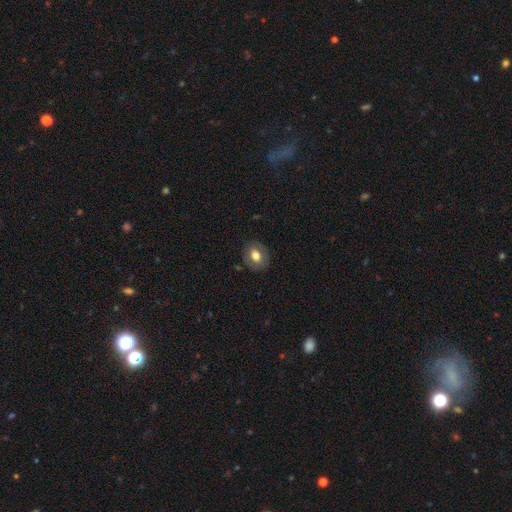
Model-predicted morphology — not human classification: Smooth or featured?
  - smooth: 71% *
  - featured or disk: 21%
  - star or artifact: 8%
How rounded?
  - in between: 50% *
  - round: 49%
  - cigar-shaped: 1%
Merging?
  - none: 85% *
  - minor disturbance: 11%
  - major disturbance: 3%
  - merger: 1%